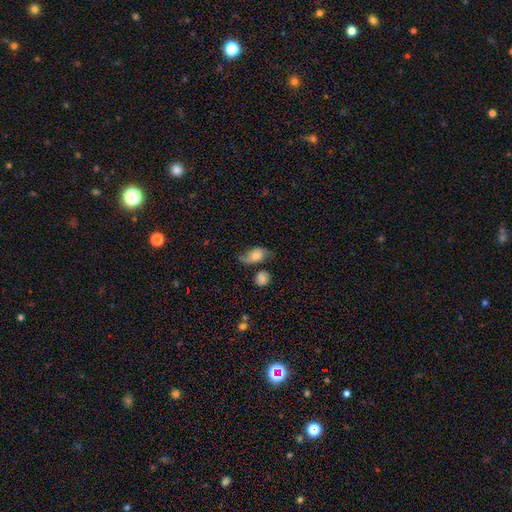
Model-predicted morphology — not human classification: Smooth or featured? smooth (53%)
How rounded? in between (82%)
Merging? none (48%)